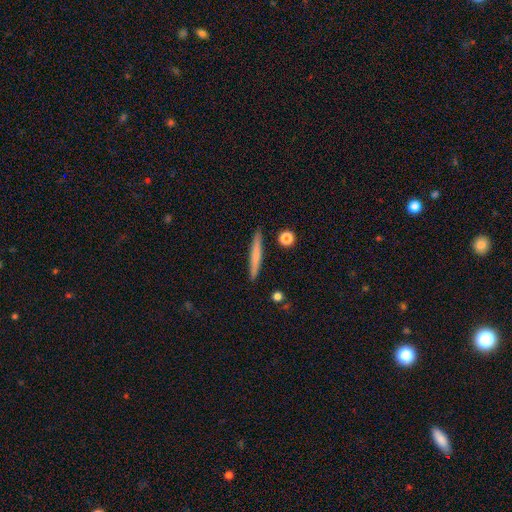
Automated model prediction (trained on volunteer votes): This appears to be a smooth galaxy with no disk features (64%) that is cigar-shaped (96%). Merging: none (89%).